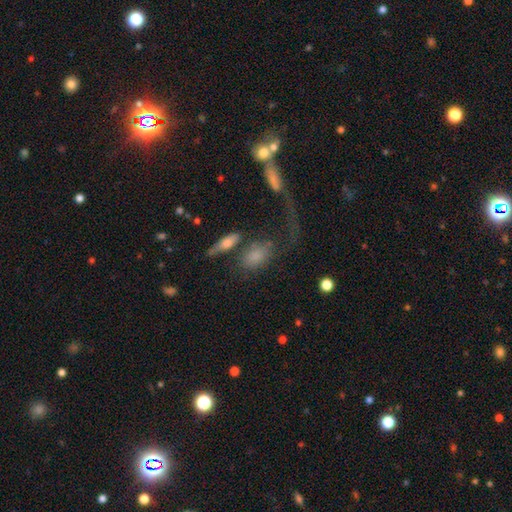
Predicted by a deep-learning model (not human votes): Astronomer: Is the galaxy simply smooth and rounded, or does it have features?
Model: smooth — 70%.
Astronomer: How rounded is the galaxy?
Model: in between — 82%.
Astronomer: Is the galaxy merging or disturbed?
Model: none — 44% (runner-up: merger, 20%).